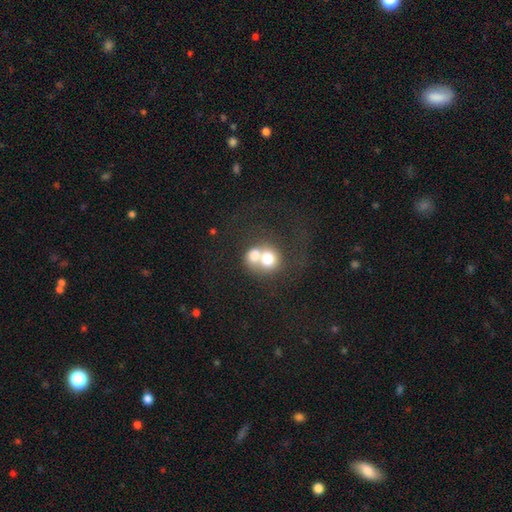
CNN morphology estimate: Overall: smooth (66%). How rounded: round (71%). Merging: merger (71%).